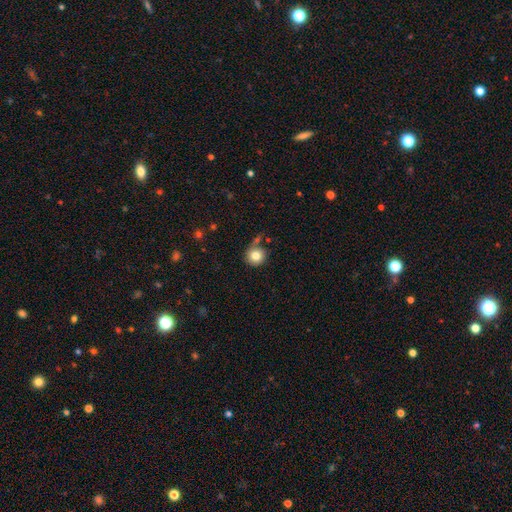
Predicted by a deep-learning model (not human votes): Smooth or featured? smooth (81%)
How rounded? round (92%)
Merging? none (66%)